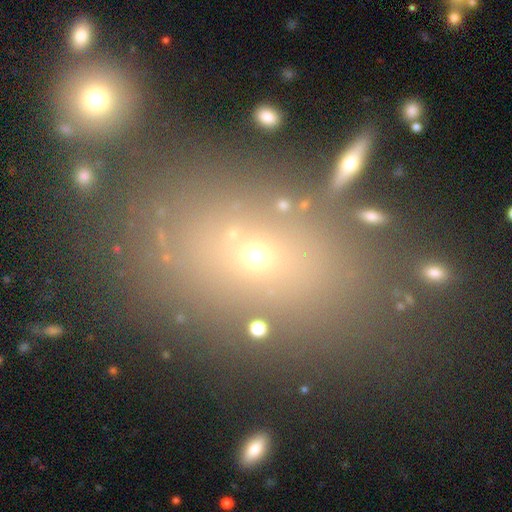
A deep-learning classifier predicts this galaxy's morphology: smooth 49%, star or artifact 26%, featured or disk 25%. Down the decision tree: merging — none (78%).